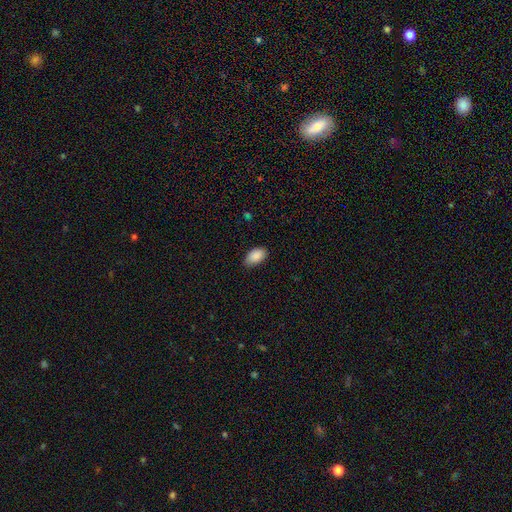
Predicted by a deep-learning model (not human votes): This is clearly a smooth galaxy (89%). How rounded: clearly in between (93%). Merging: likely none (76%).